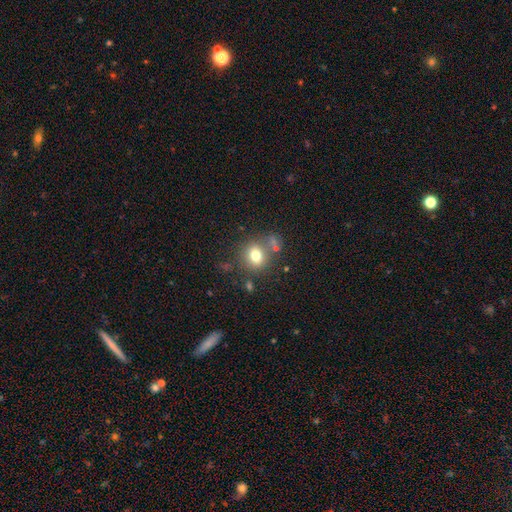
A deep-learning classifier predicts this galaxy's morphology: smooth_or_featured: smooth (p=0.75) [alt: star or artifact p=0.13]
how_rounded: round (p=0.75) [alt: in between p=0.24]
merging: none (p=0.70) [alt: minor disturbance p=0.13]